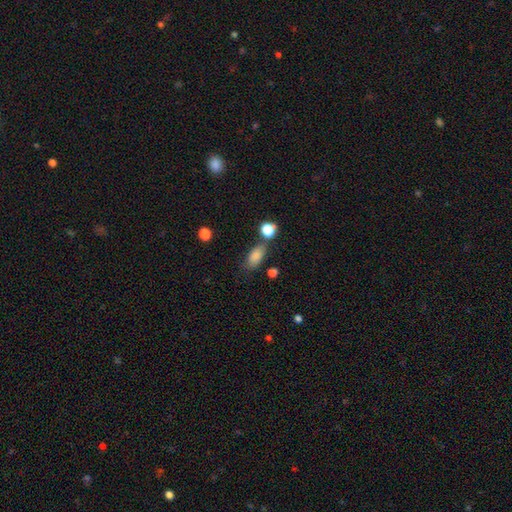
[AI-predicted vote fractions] Smooth or featured? Predicted: smooth (p=0.84). How rounded? Predicted: in between (p=0.86). Merging? Predicted: none (p=0.66).